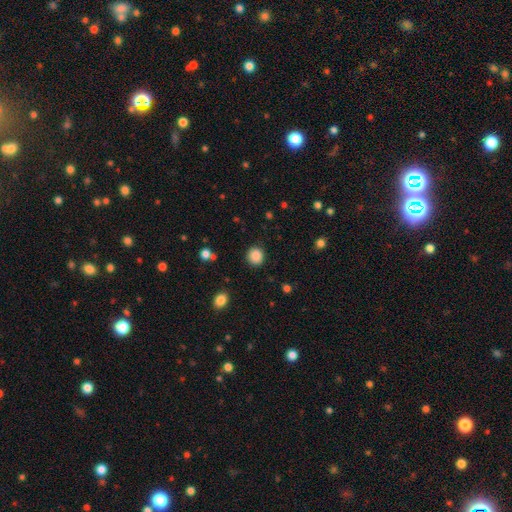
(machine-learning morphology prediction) The model was most divided on "how rounded": round: 88%, in between: 11%, cigar-shaped: 1%. More confident: merging — none (89%); smooth or featured — smooth (87%).